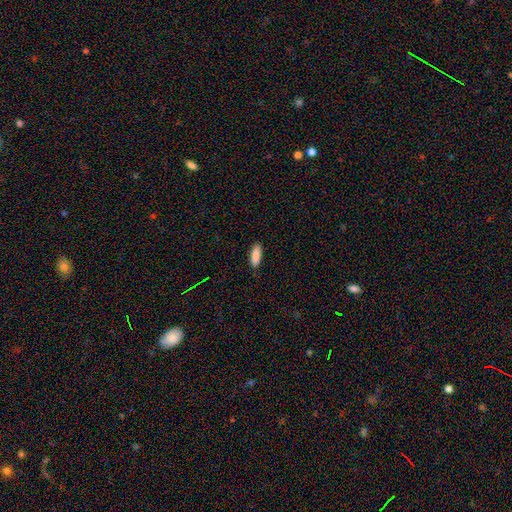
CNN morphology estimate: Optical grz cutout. It shows a smooth galaxy with no disk features (88%) that is in between round and cigar-shaped (64%). Merging: none (88%).